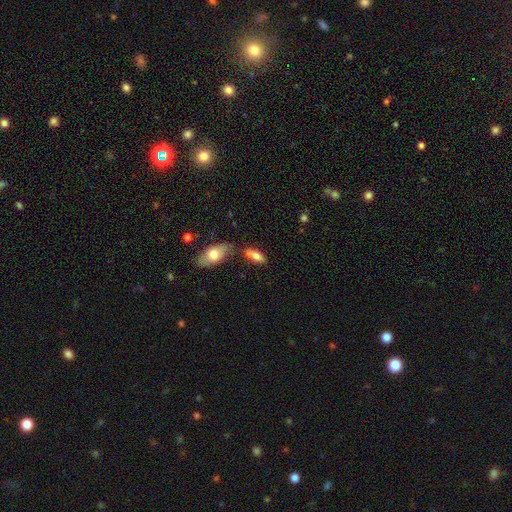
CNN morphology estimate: This is likely a smooth galaxy (75%). How rounded: likely in between (77%). Merging: possibly none (57%).